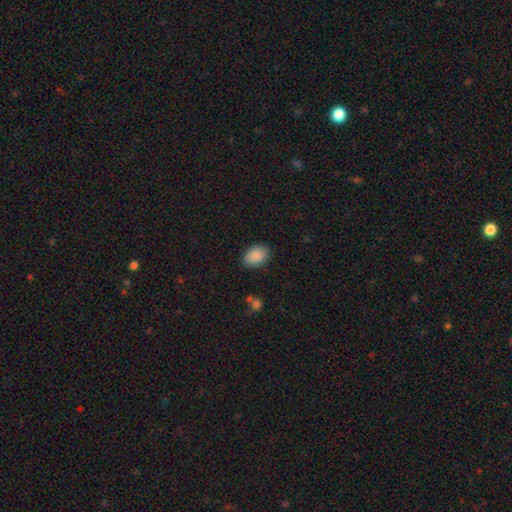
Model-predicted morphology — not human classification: Smooth or featured? smooth (89%)
How rounded? in between (81%)
Merging? none (84%)